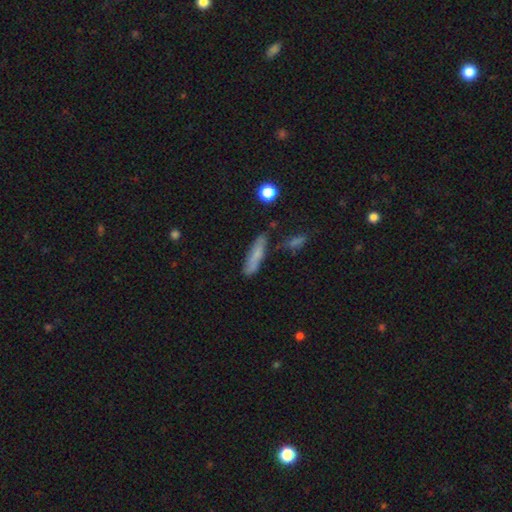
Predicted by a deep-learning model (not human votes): This is likely a smooth galaxy (72%). How rounded: likely cigar-shaped (74%). Merging: likely none (69%).